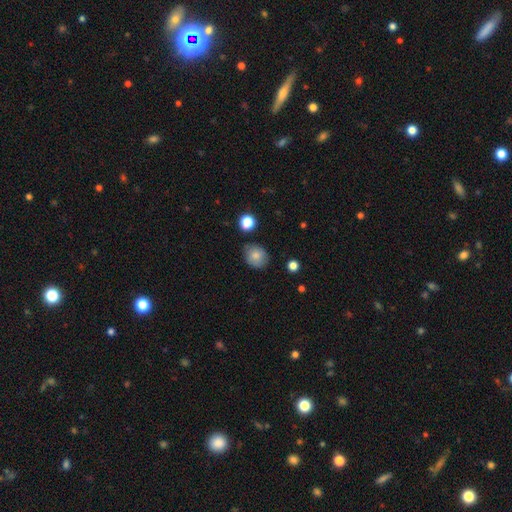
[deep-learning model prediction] Smooth or featured? Predicted: smooth (p=0.81). How rounded? Predicted: round (p=0.59). Merging? Predicted: none (p=0.77).